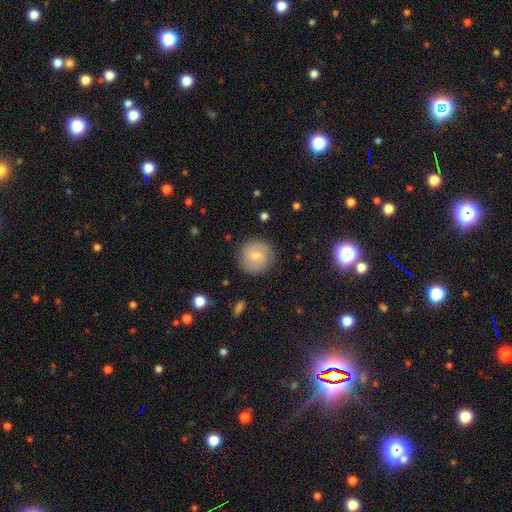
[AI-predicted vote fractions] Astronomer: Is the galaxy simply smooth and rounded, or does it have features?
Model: smooth — 54% (runner-up: featured or disk, 38%).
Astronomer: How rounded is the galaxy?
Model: round — 92%.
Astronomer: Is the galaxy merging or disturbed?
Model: none — 85%.